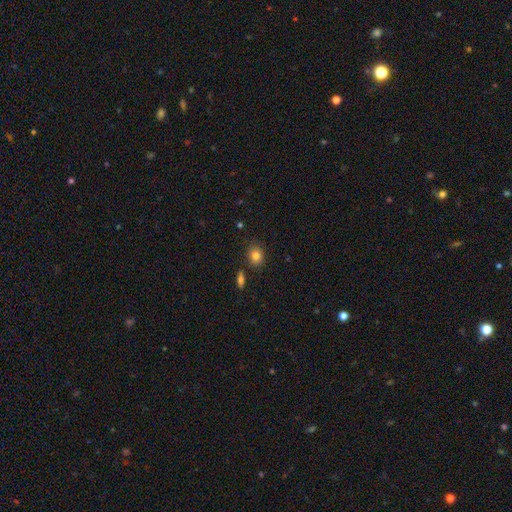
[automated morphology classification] A smooth galaxy with no disk features (82%) that is round (52%). Merging: none (80%).